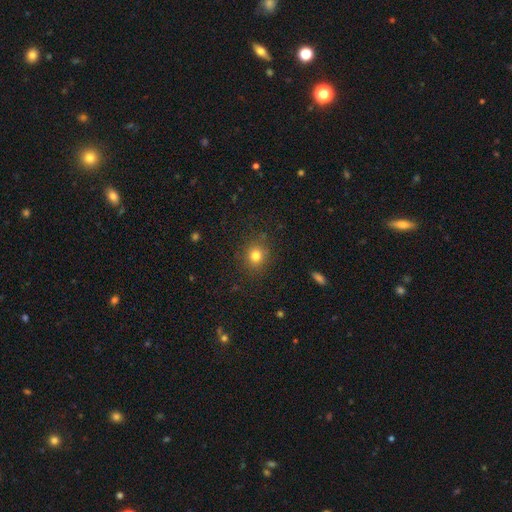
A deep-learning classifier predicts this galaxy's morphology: type=smooth (80%); roundness=round (82%); merging=none (86%).